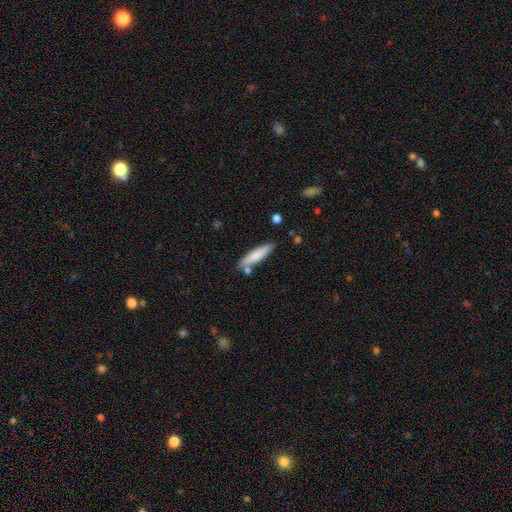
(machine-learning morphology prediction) Smooth or featured: smooth — 76% (featured or disk — 19%)
How rounded: cigar-shaped — 79% (in between — 19%)
Merging: none — 76% (minor disturbance — 13%)